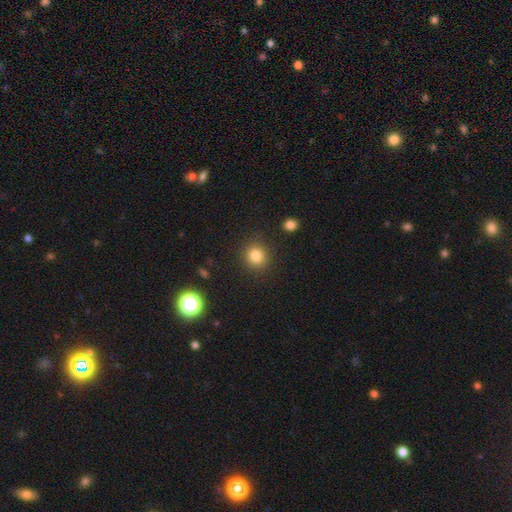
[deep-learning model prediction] Smooth or featured: smooth — 83% (star or artifact — 12%)
How rounded: round — 88% (in between — 11%)
Merging: none — 89% (minor disturbance — 7%)